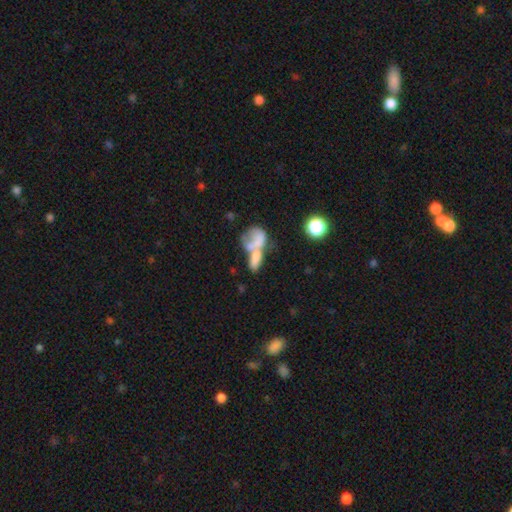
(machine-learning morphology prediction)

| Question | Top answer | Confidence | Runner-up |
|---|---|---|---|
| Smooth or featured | smooth | 56% | featured or disk (32%) |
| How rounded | in between | 72% | round (18%) |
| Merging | merger | 60% | none (18%) |